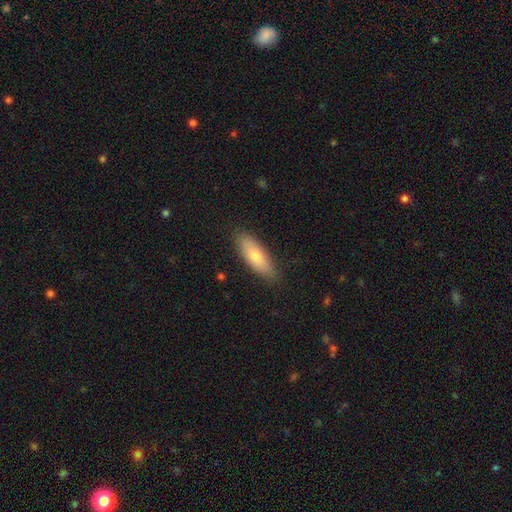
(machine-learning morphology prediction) smooth-or-featured: smooth: 73% | featured or disk: 21% | star or artifact: 6%
  how-rounded: in between: 60% | cigar-shaped: 38% | round: 2%
  merging: none: 85% | minor disturbance: 11% | major disturbance: 2% | merger: 1%